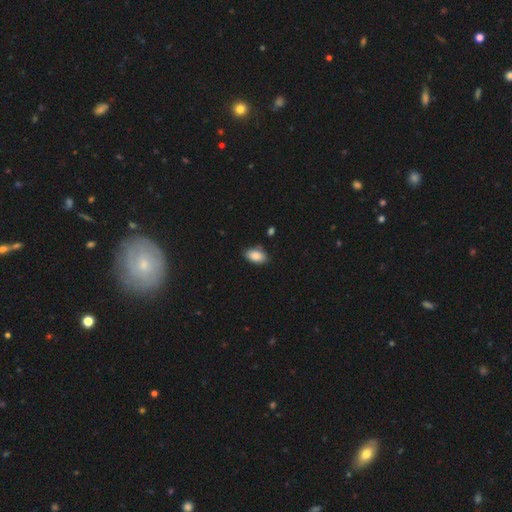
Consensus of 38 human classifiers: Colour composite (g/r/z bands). It shows a smooth galaxy with no disk features (92%) that is in between round and cigar-shaped (100%). Merging: none (81%).